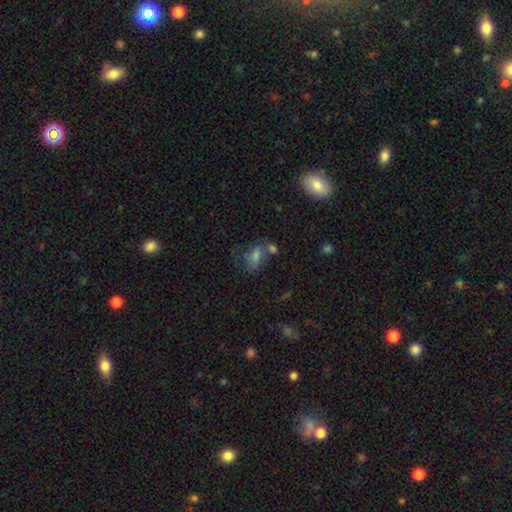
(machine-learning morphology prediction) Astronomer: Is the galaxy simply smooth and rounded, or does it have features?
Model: smooth — 62%.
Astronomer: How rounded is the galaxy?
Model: in between — 83%.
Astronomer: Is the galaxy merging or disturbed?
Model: none — 36% (runner-up: merger, 26%).